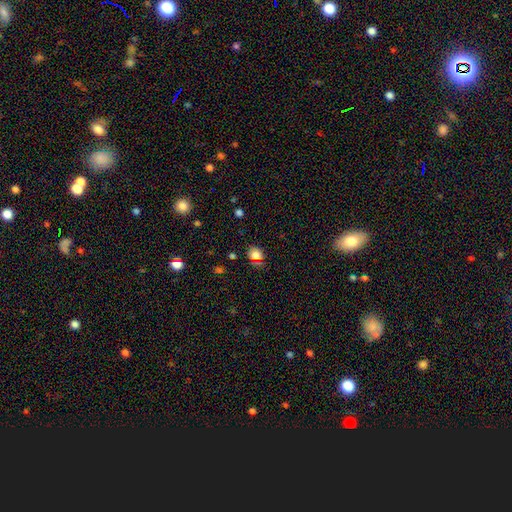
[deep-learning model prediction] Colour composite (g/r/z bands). It shows a smooth galaxy with no disk features (70%) that is round (60%). Merging: none (83%).